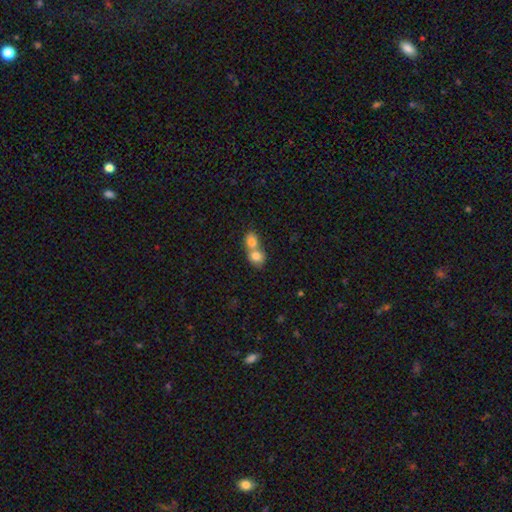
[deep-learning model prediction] A smooth galaxy with no disk features (79%) that is round (58%). Merging: merger (74%).